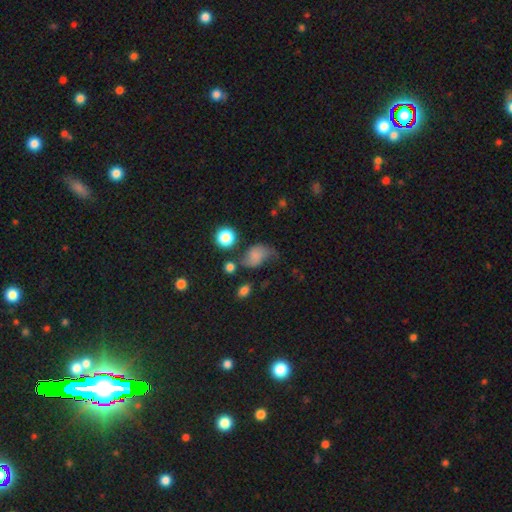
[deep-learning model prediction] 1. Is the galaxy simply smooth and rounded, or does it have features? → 64% smooth, 23% featured or disk, 13% star or artifact.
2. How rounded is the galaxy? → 71% in between, 27% round, 2% cigar-shaped.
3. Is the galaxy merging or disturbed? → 41% none, 32% minor disturbance, 20% major disturbance, 7% merger.